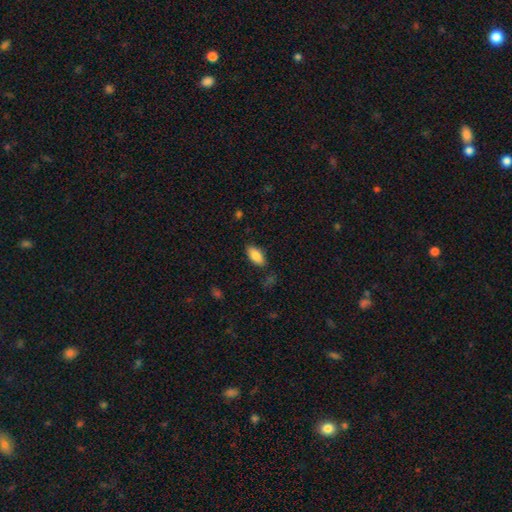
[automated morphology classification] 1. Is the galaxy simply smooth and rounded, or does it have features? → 85% smooth, 8% featured or disk, 7% star or artifact.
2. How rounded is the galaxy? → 90% in between, 7% cigar-shaped, 2% round.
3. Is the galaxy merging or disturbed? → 84% none, 11% minor disturbance, 3% major disturbance, 2% merger.